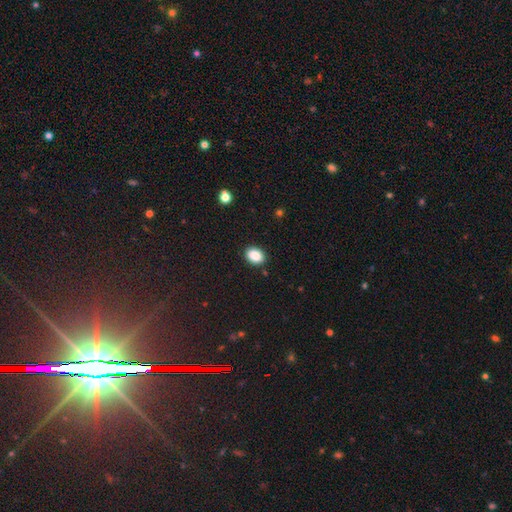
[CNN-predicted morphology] Smooth or featured? Predicted: smooth (p=0.88). How rounded? Predicted: in between (p=0.73). Merging? Predicted: none (p=0.89).